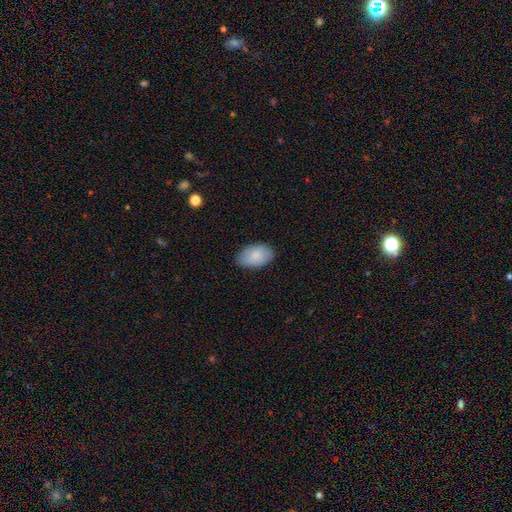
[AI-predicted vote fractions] This appears to be a smooth galaxy with no disk features (85%) that is in between round and cigar-shaped (93%). Merging: none (83%).